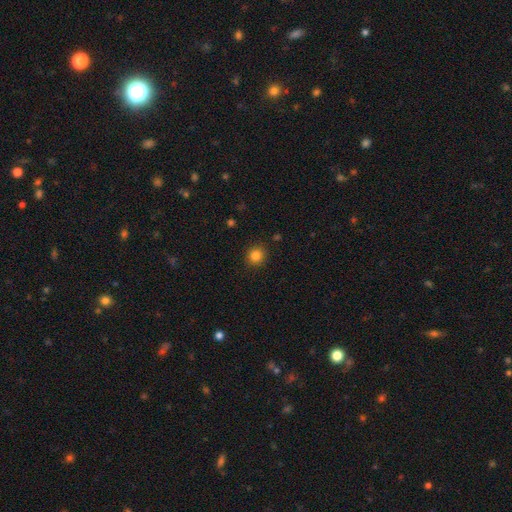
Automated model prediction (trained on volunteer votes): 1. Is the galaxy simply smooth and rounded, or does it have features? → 83% smooth, 12% star or artifact, 5% featured or disk.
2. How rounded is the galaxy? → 88% round, 11% in between, 1% cigar-shaped.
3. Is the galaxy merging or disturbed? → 90% none, 7% minor disturbance, 2% major disturbance, 1% merger.